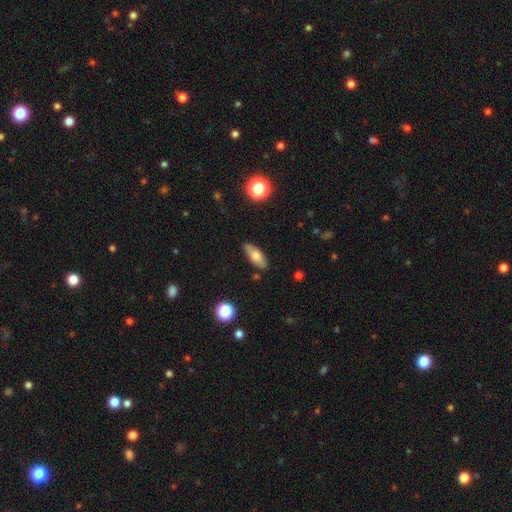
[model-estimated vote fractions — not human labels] Q: Smooth or featured?
A: smooth (67%); runner-up: featured or disk (25%)
Q: How rounded?
A: in between (74%); runner-up: cigar-shaped (22%)
Q: Merging?
A: none (83%); runner-up: minor disturbance (13%)